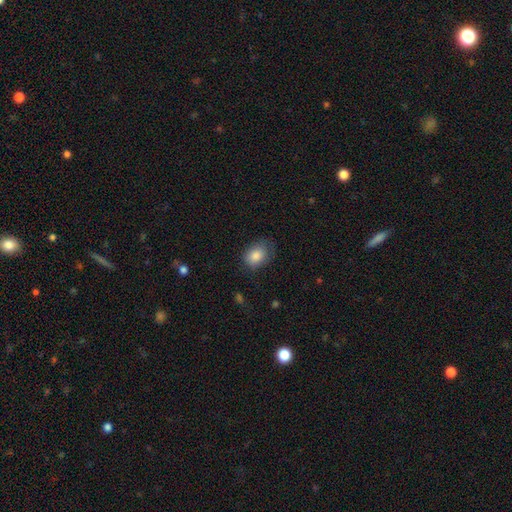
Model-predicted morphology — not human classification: smooth-or-featured: smooth: 85% | star or artifact: 8% | featured or disk: 7%
  how-rounded: in between: 69% | round: 30% | cigar-shaped: 1%
  merging: none: 64% | minor disturbance: 26% | major disturbance: 9% | merger: 1%